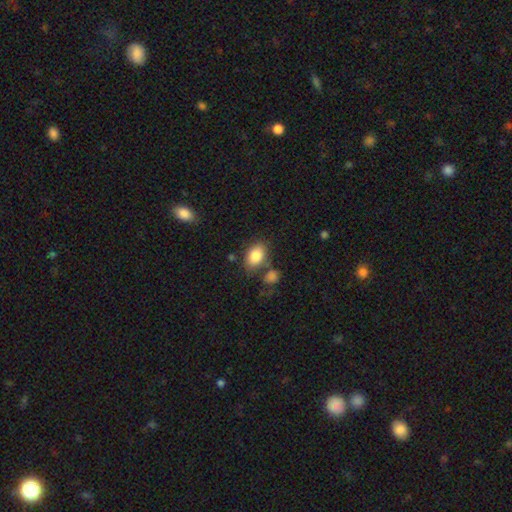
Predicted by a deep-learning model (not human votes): smooth 83%, featured or disk 9%, star or artifact 8%. Down the decision tree: how rounded — in between (83%); merging — none (68%).